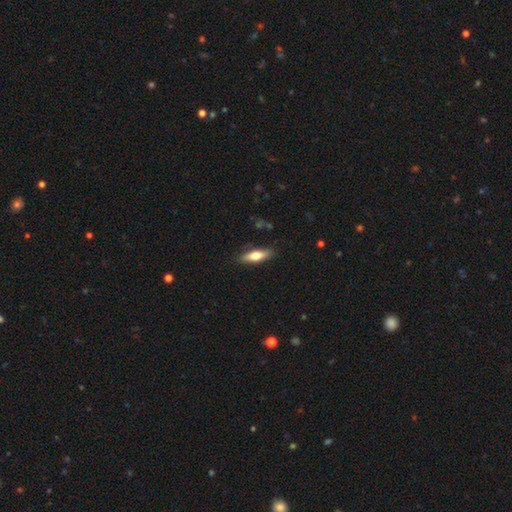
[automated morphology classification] A smooth galaxy with no disk features (62%) that is cigar-shaped (52%). Merging: none (85%).